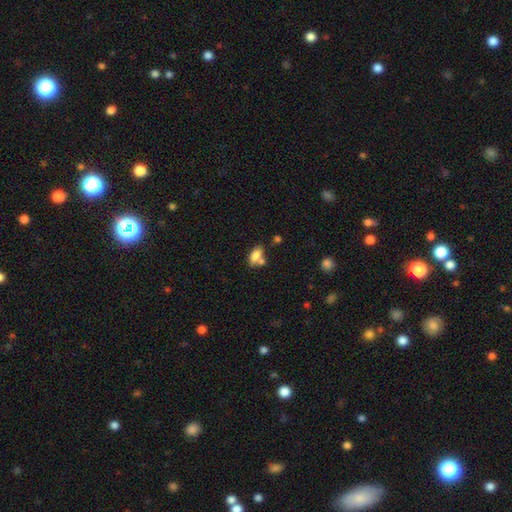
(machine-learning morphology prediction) smooth-or-featured: smooth: 79% | featured or disk: 12% | star or artifact: 9%
  how-rounded: in between: 88% | round: 6% | cigar-shaped: 6%
  merging: none: 46% | merger: 35% | minor disturbance: 15% | major disturbance: 5%